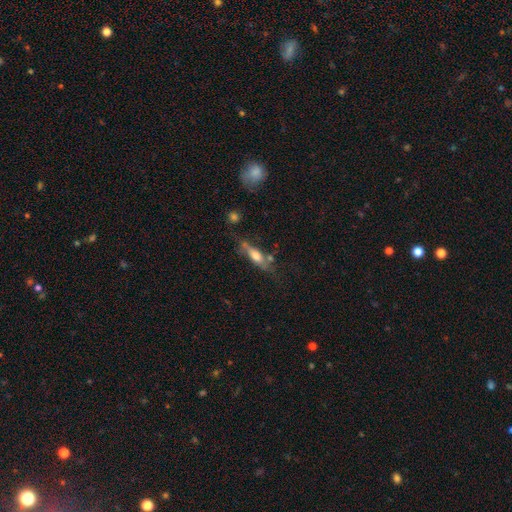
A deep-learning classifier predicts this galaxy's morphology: This is possibly a smooth galaxy (51%). How rounded: possibly cigar-shaped (57%). Merging: possibly none (52%).